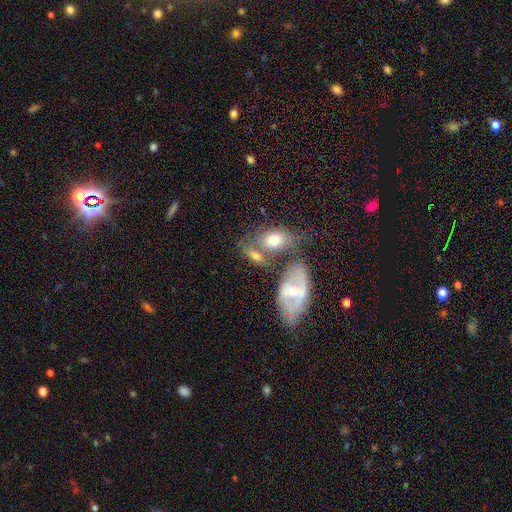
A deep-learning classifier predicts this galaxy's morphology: Smooth or featured: smooth — 60% (featured or disk — 30%)
How rounded: in between — 81% (round — 14%)
Merging: none — 42% (merger — 32%)